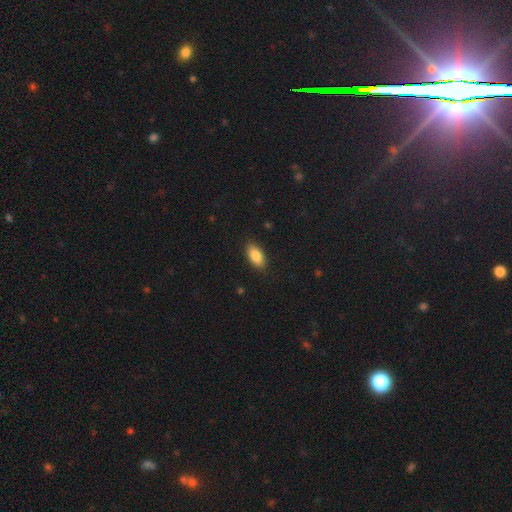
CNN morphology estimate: This appears to be a smooth galaxy with no disk features (86%) that is in between round and cigar-shaped (91%). Merging: none (87%).